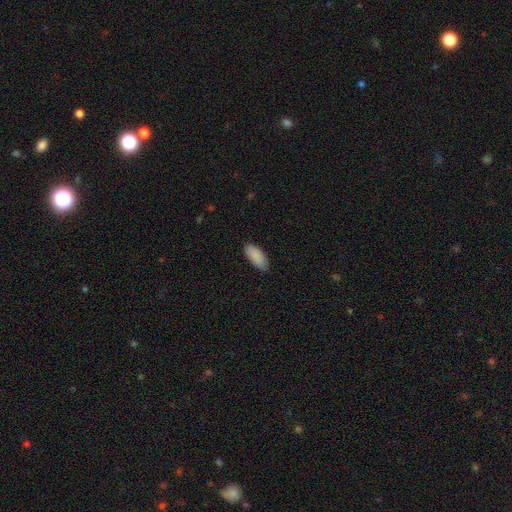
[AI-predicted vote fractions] A smooth galaxy with no disk features (89%) that is in between round and cigar-shaped (90%). Merging: none (82%).